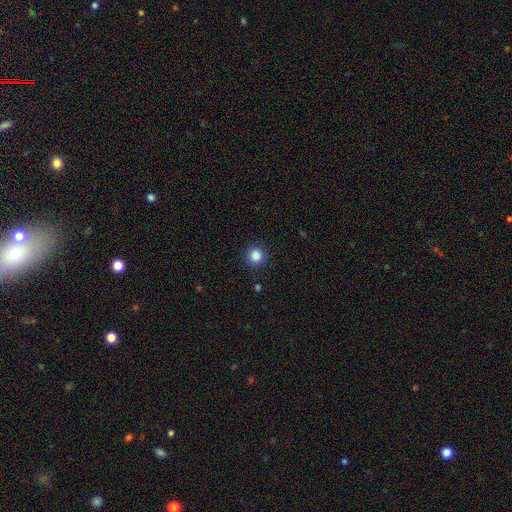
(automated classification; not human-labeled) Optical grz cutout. It shows a smooth galaxy with no disk features (86%) that is round (93%). Merging: none (90%).